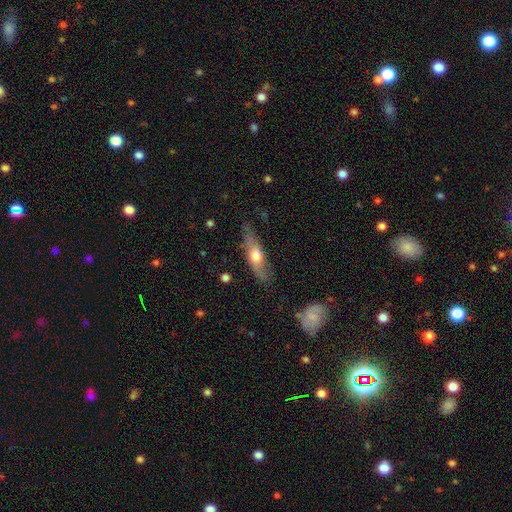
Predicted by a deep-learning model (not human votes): Smooth or featured: smooth — 49% (featured or disk — 45%)
Merging: none — 71% (minor disturbance — 21%)